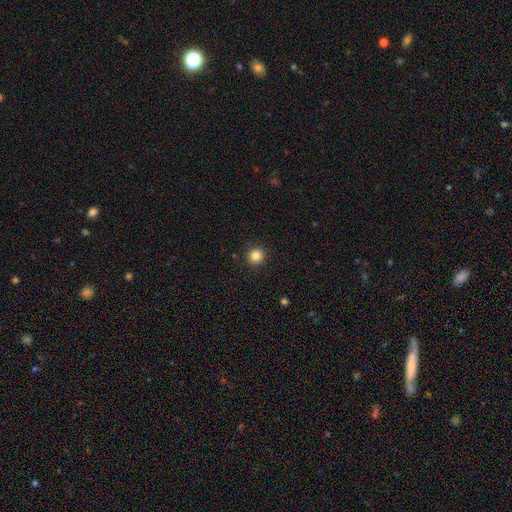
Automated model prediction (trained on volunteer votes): This appears to be a smooth galaxy with no disk features (84%) that is round (94%). Merging: none (93%).